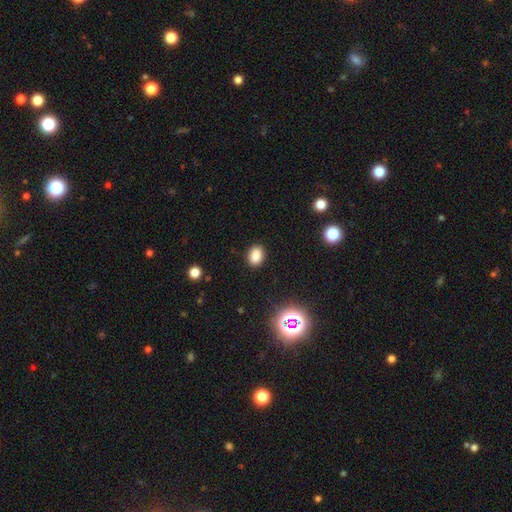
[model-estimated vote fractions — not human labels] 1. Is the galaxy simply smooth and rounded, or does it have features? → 84% smooth, 12% star or artifact, 4% featured or disk.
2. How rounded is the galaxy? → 73% in between, 26% round, 1% cigar-shaped.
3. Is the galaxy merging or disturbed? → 88% none, 8% minor disturbance, 2% major disturbance, 1% merger.